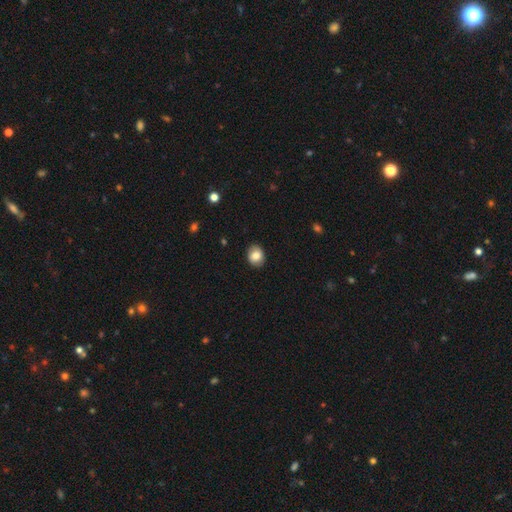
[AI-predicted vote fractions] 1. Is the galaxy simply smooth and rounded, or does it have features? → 83% smooth, 9% featured or disk, 8% star or artifact.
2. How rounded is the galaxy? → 58% round, 41% in between, 1% cigar-shaped.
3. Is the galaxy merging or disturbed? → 88% none, 9% minor disturbance, 2% major disturbance, 1% merger.